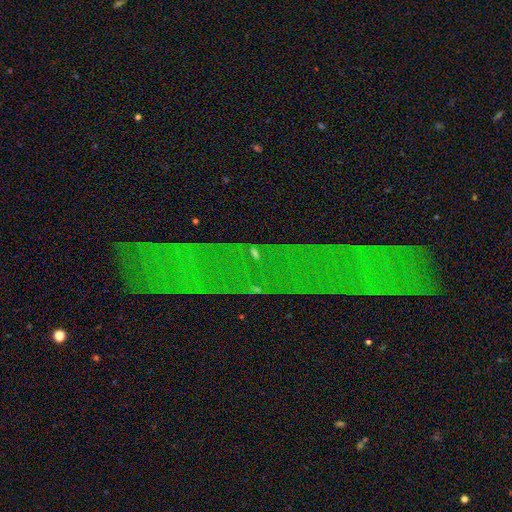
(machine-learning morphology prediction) Smooth or featured? star or artifact (68%)